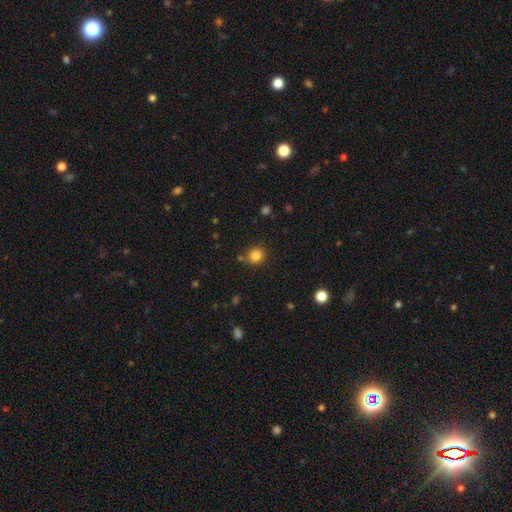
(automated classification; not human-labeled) This appears to be a smooth galaxy with no disk features (83%) that is round (87%). Merging: none (80%).